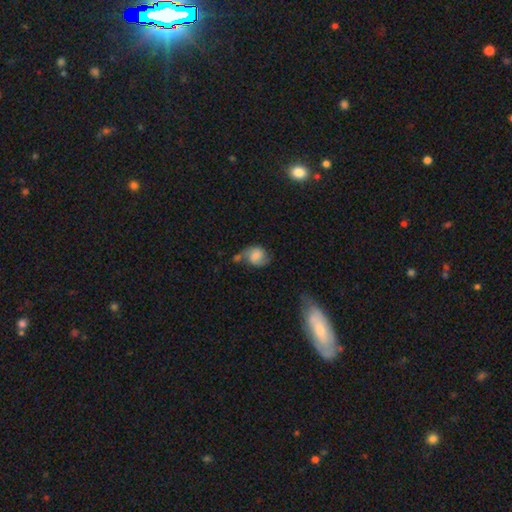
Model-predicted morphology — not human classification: This appears to be a smooth galaxy with no disk features (57%) that is round (50%). Merging: none (36%).